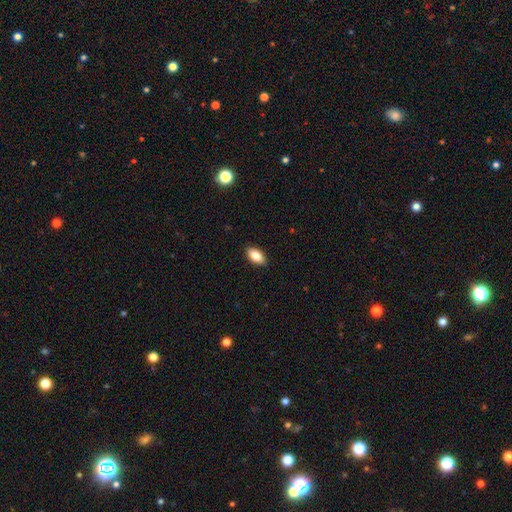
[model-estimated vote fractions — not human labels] This appears to be a smooth galaxy with no disk features (85%) that is in between round and cigar-shaped (92%). Merging: none (88%).